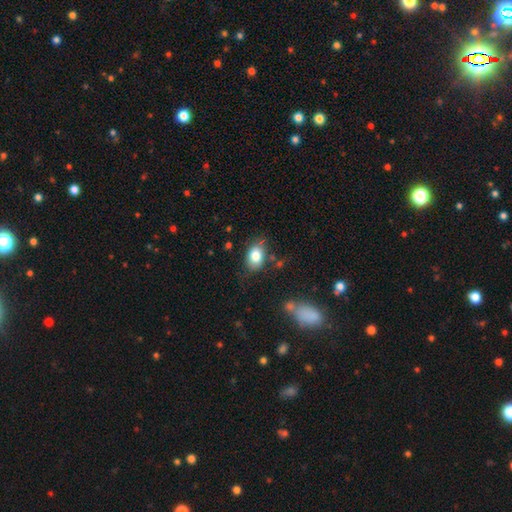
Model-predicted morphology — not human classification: The model was most divided on "merging": none: 73%, minor disturbance: 19%, major disturbance: 5%, merger: 3%. More confident: smooth or featured — smooth (82%); how rounded — in between (78%).